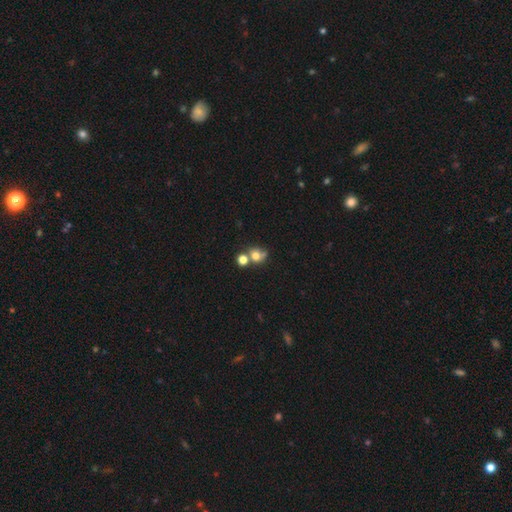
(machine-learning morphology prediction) Smooth or featured? smooth (71%)
How rounded? round (74%)
Merging? none (42%)